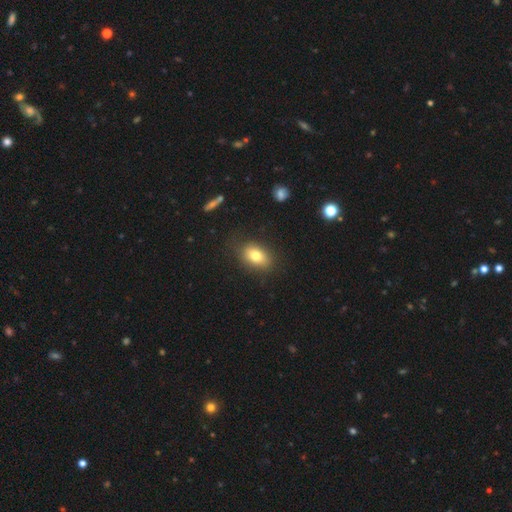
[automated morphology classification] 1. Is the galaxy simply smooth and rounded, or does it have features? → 78% smooth, 12% featured or disk, 9% star or artifact.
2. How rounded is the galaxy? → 80% in between, 18% round, 2% cigar-shaped.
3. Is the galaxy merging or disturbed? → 80% none, 14% minor disturbance, 5% major disturbance, 1% merger.